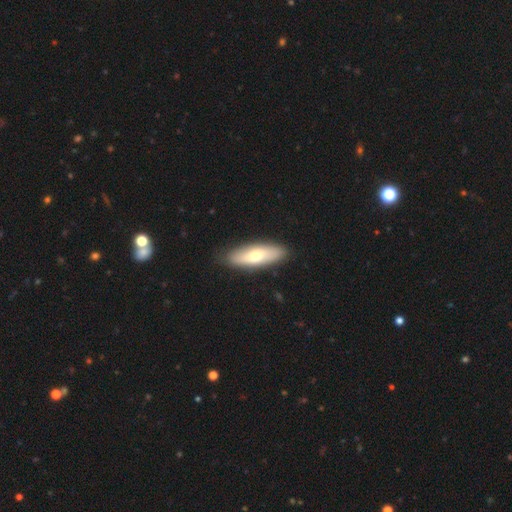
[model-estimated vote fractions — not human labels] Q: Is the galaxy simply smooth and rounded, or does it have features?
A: smooth — 64%.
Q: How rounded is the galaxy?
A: in between — 54%.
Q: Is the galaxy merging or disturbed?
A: none — 87%.